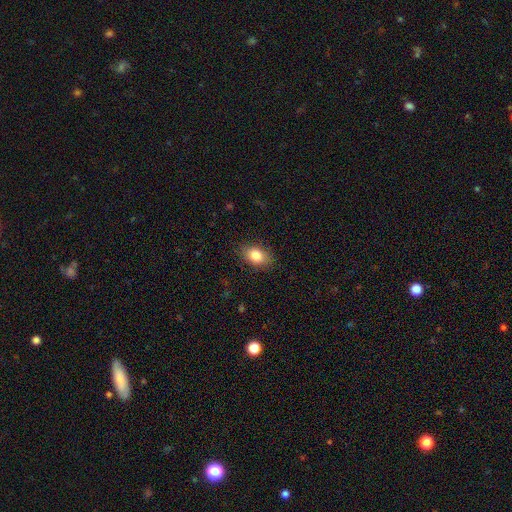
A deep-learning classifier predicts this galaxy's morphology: A smooth galaxy with no disk features (82%) that is in between round and cigar-shaped (83%). Merging: none (85%).